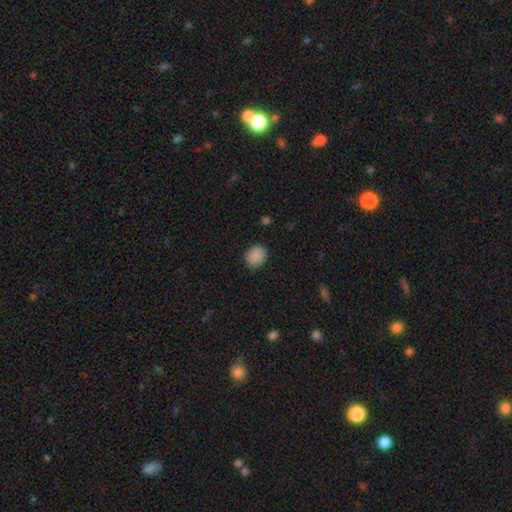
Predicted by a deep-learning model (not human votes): smooth-or-featured: smooth: 88% | star or artifact: 9% | featured or disk: 3%
  how-rounded: round: 61% | in between: 39% | cigar-shaped: 1%
  merging: none: 83% | minor disturbance: 13% | major disturbance: 3% | merger: 1%